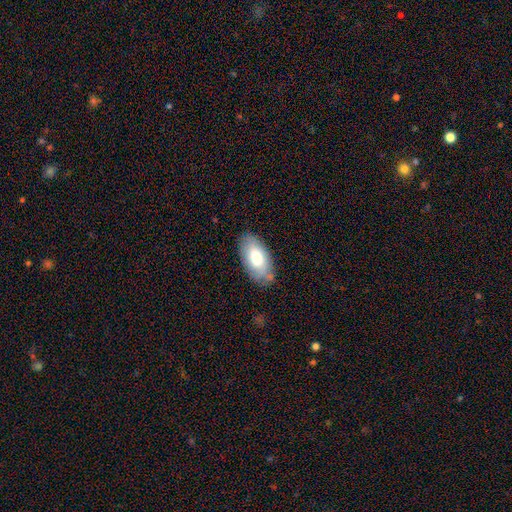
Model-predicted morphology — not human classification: The model was most divided on "smooth or featured": smooth: 74%, featured or disk: 19%, star or artifact: 6%. More confident: how rounded — in between (93%); merging — none (77%).